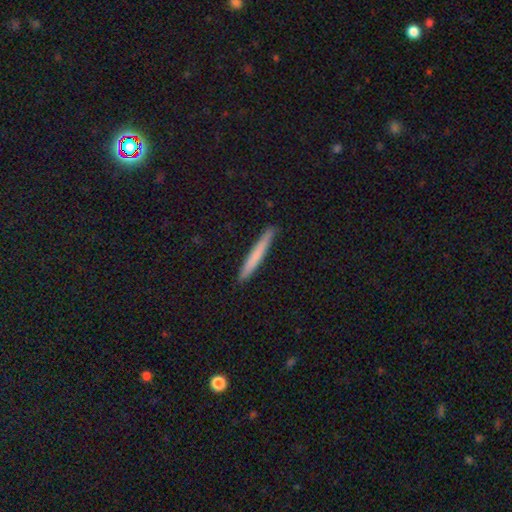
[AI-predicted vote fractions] Smooth or featured? smooth (72%)
How rounded? cigar-shaped (97%)
Merging? none (91%)